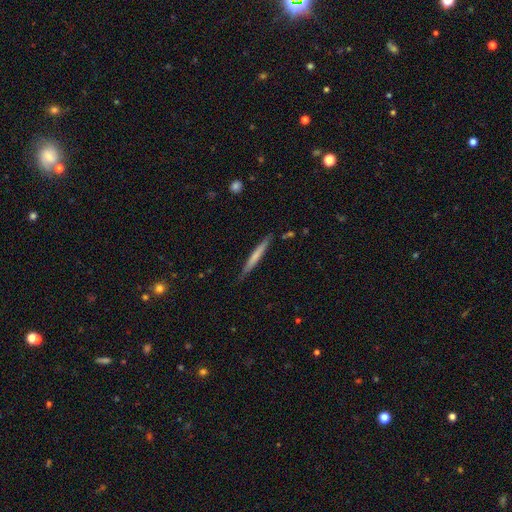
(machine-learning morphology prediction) smooth_or_featured: smooth (p=0.57) [alt: featured or disk p=0.38]
how_rounded: cigar-shaped (p=0.96) [alt: in between p=0.03]
merging: none (p=0.85) [alt: minor disturbance p=0.11]